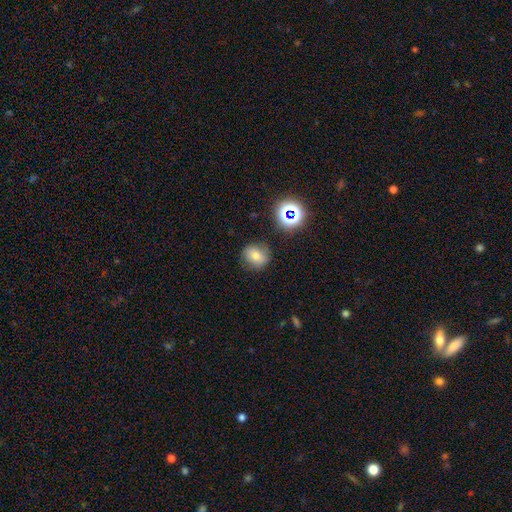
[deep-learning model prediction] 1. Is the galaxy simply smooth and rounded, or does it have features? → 68% smooth, 18% star or artifact, 15% featured or disk.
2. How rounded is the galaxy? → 75% round, 24% in between, 1% cigar-shaped.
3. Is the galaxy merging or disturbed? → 80% none, 14% minor disturbance, 4% major disturbance, 3% merger.